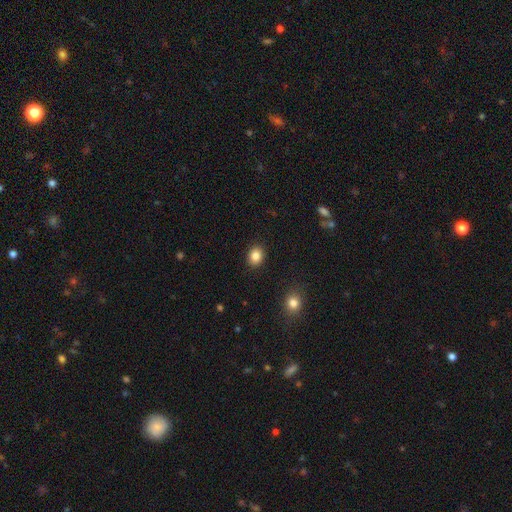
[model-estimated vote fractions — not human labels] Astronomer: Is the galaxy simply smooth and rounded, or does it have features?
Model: smooth — 85%.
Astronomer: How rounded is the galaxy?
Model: in between — 50% (runner-up: round, 49%).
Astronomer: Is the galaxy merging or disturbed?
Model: none — 90%.